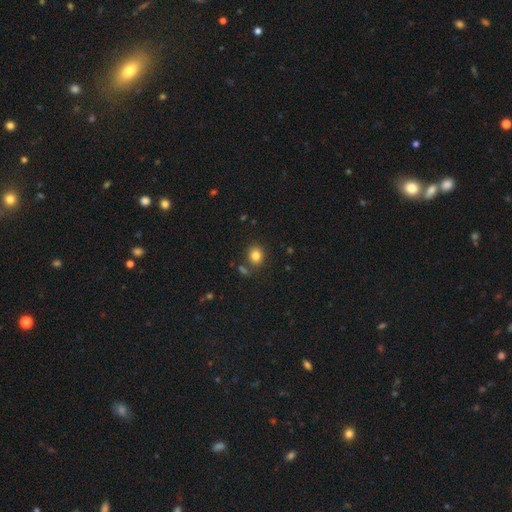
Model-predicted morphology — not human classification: smooth-or-featured: smooth: 82% | star or artifact: 11% | featured or disk: 6%
  how-rounded: round: 62% | in between: 37% | cigar-shaped: 1%
  merging: none: 79% | minor disturbance: 10% | merger: 8% | major disturbance: 3%